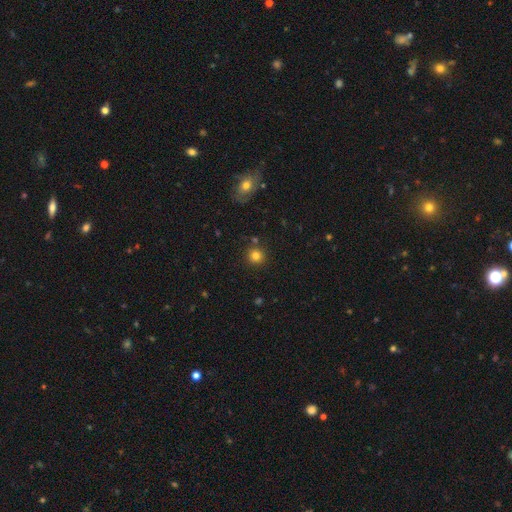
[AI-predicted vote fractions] Smooth or featured? smooth (80%)
How rounded? round (93%)
Merging? none (85%)